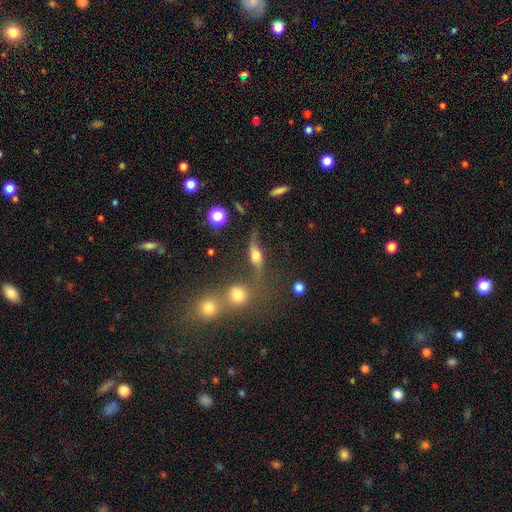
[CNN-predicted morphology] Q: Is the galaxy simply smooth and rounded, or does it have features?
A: featured or disk — 57%.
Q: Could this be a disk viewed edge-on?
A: no — 65%.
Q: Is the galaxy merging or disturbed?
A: none — 52%.